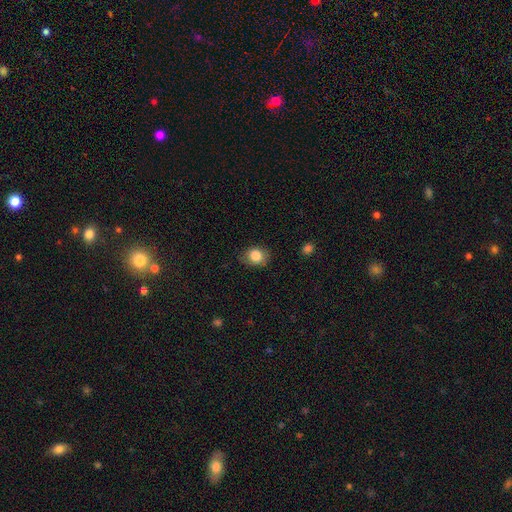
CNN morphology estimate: Q: Smooth or featured?
A: smooth (85%); runner-up: star or artifact (9%)
Q: How rounded?
A: round (60%); runner-up: in between (39%)
Q: Merging?
A: none (75%); runner-up: minor disturbance (19%)